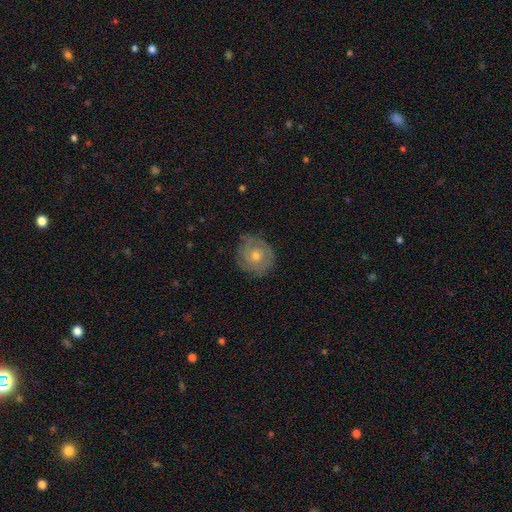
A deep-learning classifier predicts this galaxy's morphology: smooth_or_featured: featured or disk (p=0.58) [alt: smooth p=0.32]
disk_edge_on: no (p=0.96) [alt: yes p=0.04]
bar: no (p=0.85) [alt: weak p=0.12]
has_spiral_arms: yes (p=0.71) [alt: no p=0.29]
bulge_size: moderate (p=0.60) [alt: small p=0.37]
merging: none (p=0.81) [alt: minor disturbance p=0.14]